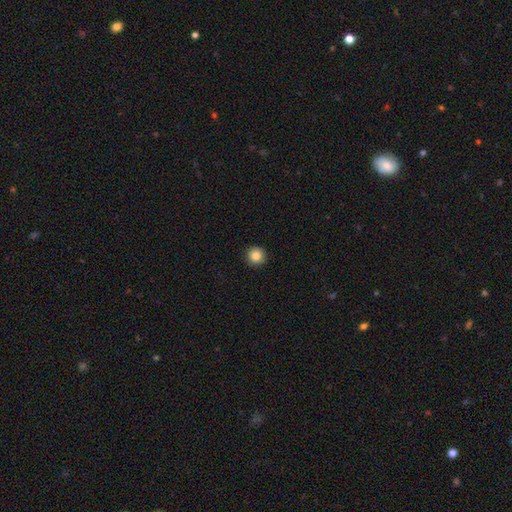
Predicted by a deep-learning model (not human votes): Q: Smooth or featured?
A: smooth (85%); runner-up: star or artifact (9%)
Q: How rounded?
A: round (95%); runner-up: in between (4%)
Q: Merging?
A: none (93%); runner-up: minor disturbance (4%)